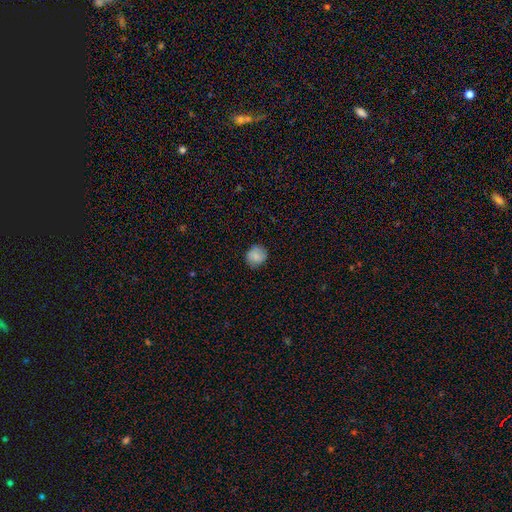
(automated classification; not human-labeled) smooth-or-featured: smooth: 81% | featured or disk: 11% | star or artifact: 8%
  how-rounded: round: 85% | in between: 14% | cigar-shaped: 1%
  merging: none: 85% | minor disturbance: 12% | major disturbance: 3% | merger: 1%